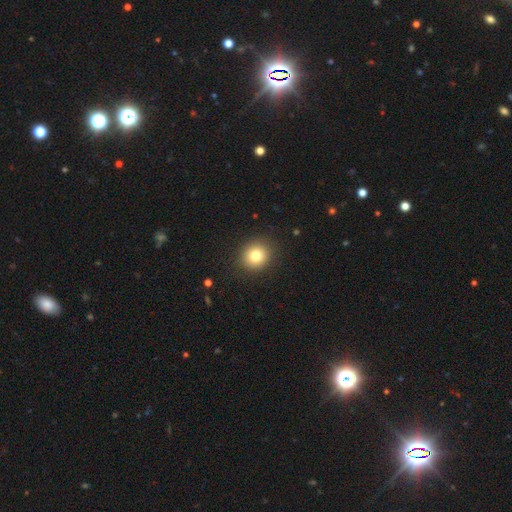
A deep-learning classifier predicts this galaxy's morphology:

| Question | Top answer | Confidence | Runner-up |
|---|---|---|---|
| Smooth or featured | smooth | 81% | star or artifact (11%) |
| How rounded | round | 83% | in between (16%) |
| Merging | none | 90% | minor disturbance (6%) |